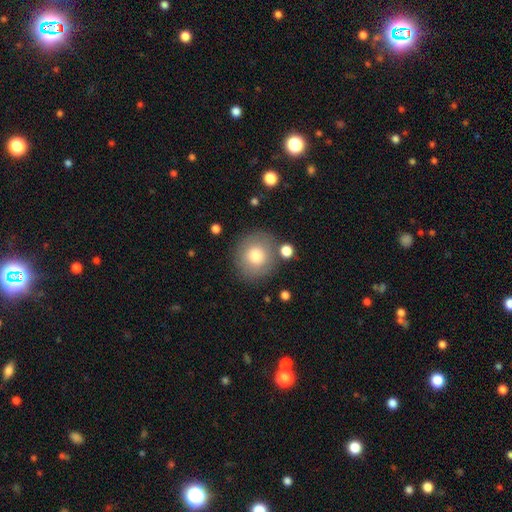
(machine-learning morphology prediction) Smooth or featured? smooth (78%)
How rounded? round (90%)
Merging? none (81%)